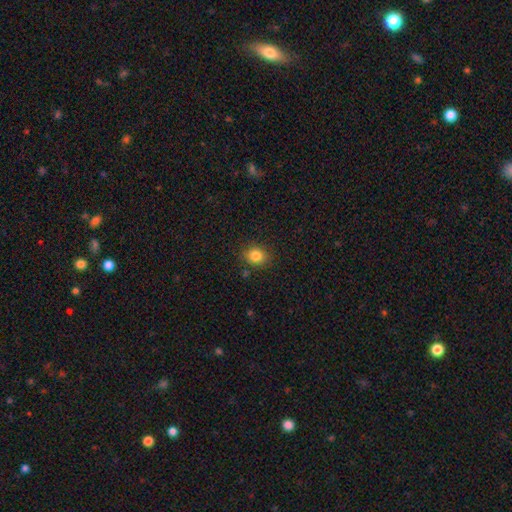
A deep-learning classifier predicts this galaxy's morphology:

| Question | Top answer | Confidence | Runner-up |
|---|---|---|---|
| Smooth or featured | smooth | 83% | star or artifact (11%) |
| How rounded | round | 61% | in between (38%) |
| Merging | none | 86% | minor disturbance (9%) |